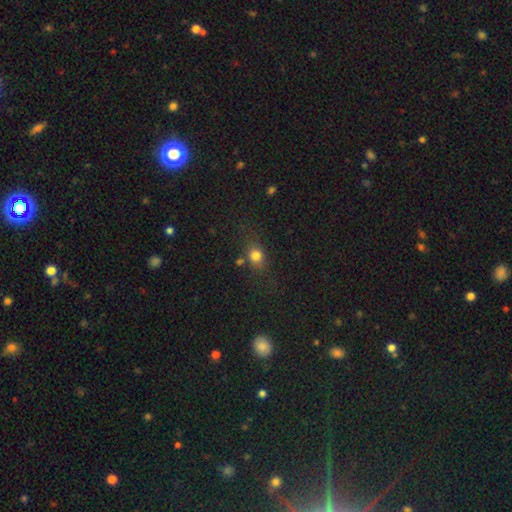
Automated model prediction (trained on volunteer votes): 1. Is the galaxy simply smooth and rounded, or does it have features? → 77% smooth, 14% star or artifact, 9% featured or disk.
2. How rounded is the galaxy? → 57% round, 40% in between, 3% cigar-shaped.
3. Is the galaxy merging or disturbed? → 68% none, 17% minor disturbance, 7% merger, 7% major disturbance.